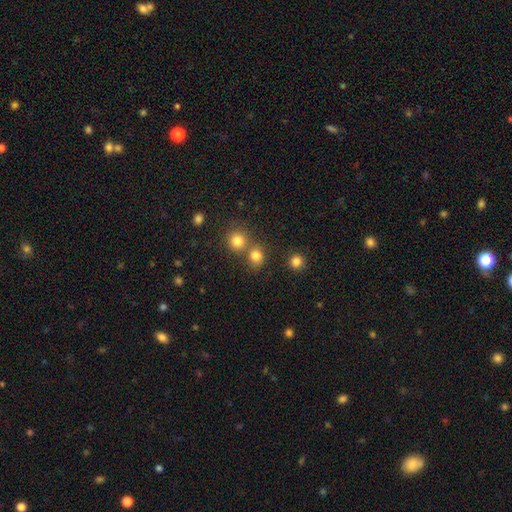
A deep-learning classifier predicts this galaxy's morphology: smooth 80%, star or artifact 14%, featured or disk 6%. Down the decision tree: how rounded — round (80%); merging — none (59%).